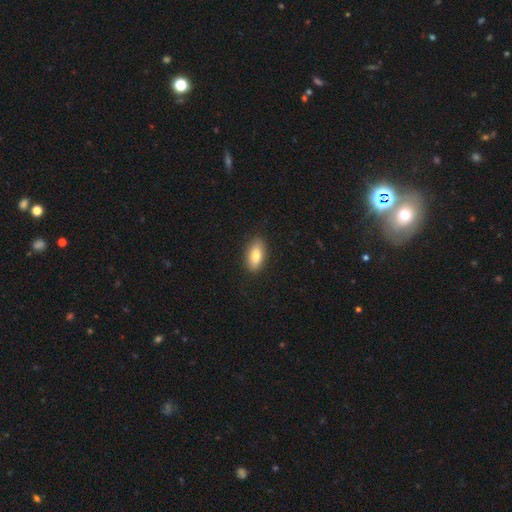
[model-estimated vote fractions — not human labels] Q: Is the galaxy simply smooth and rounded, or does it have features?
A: smooth — 79%.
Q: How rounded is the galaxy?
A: in between — 87%.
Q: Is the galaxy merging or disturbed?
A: none — 87%.